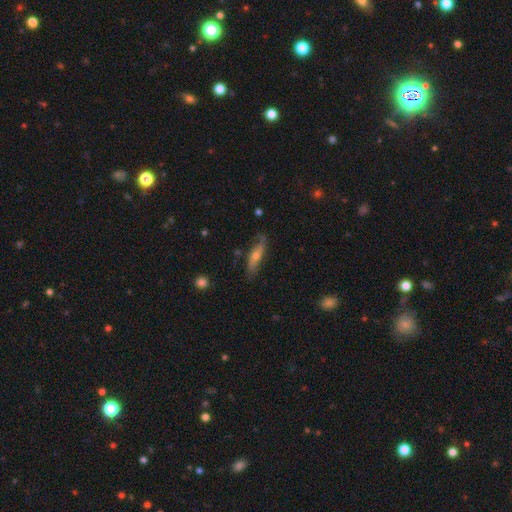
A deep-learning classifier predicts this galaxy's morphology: type=featured or disk (52%); edge-on=yes (61%); merging=none (74%).